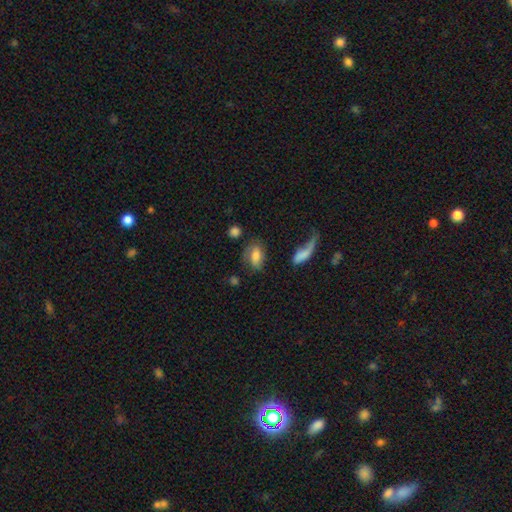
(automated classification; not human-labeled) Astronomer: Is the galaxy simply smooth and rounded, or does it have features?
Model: smooth — 72%.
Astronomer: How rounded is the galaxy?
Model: in between — 87%.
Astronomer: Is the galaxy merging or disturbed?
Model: none — 55%.